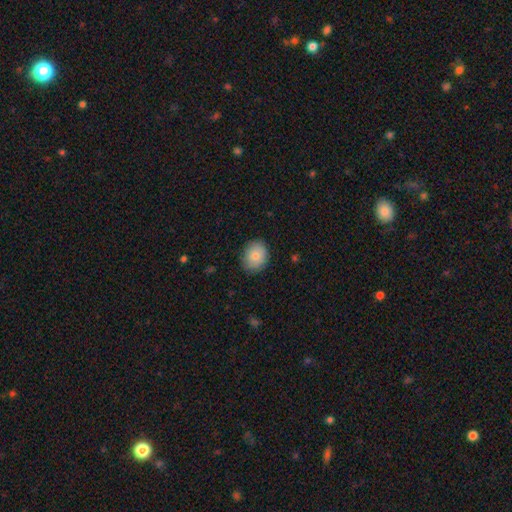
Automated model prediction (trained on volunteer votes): A smooth galaxy with no disk features (82%) that is round (56%). Merging: none (86%).